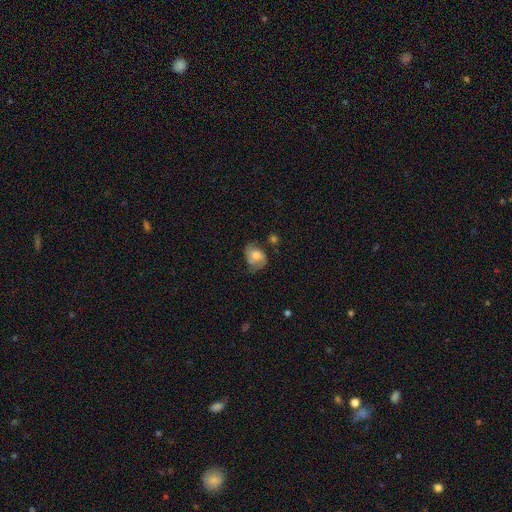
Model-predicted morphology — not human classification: smooth 54%, featured or disk 37%, star or artifact 9%. Down the decision tree: how rounded — in between (63%); merging — none (43%).